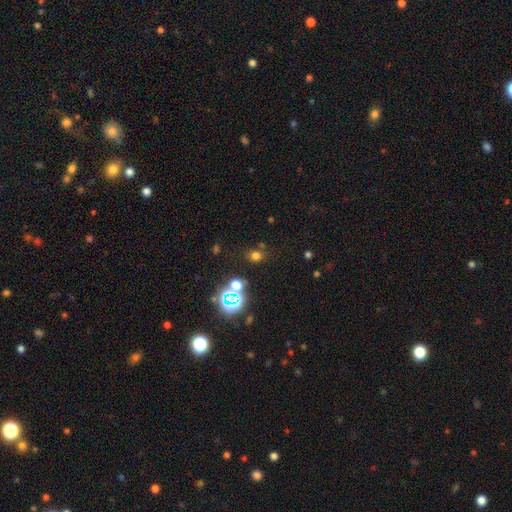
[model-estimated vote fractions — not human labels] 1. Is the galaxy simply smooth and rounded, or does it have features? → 63% smooth, 30% star or artifact, 7% featured or disk.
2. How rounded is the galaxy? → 67% round, 31% in between, 1% cigar-shaped.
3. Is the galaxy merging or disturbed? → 77% none, 11% minor disturbance, 8% merger, 4% major disturbance.